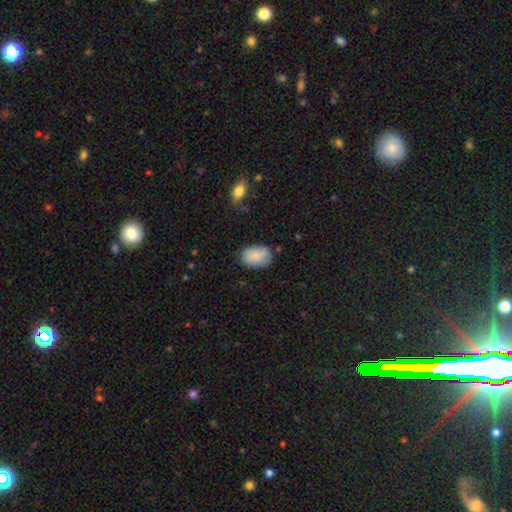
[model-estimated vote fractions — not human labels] Smooth or featured? Predicted: smooth (p=0.86). How rounded? Predicted: in between (p=0.83). Merging? Predicted: none (p=0.75).